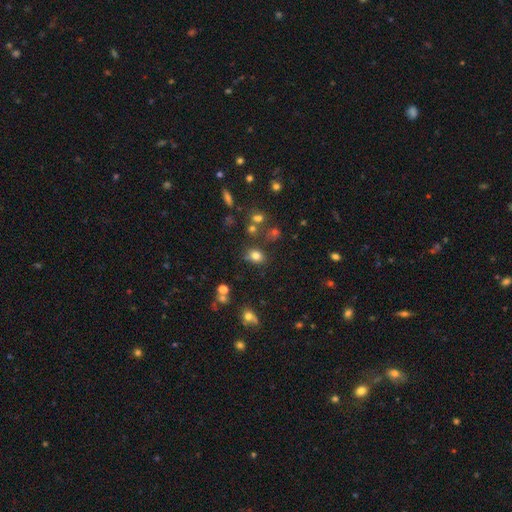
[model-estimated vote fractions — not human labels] Smooth or featured: smooth — 77% (star or artifact — 15%)
How rounded: in between — 56% (round — 42%)
Merging: none — 73% (minor disturbance — 15%)